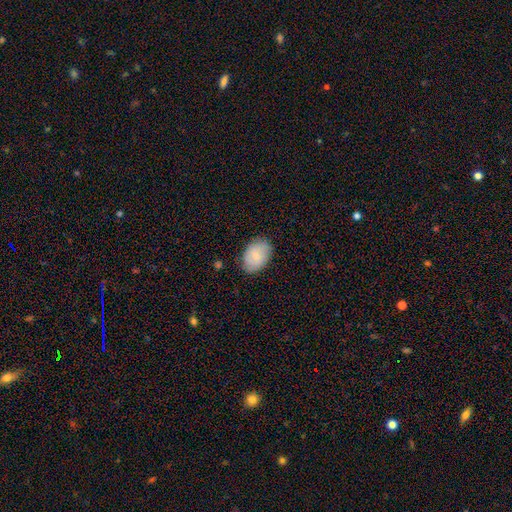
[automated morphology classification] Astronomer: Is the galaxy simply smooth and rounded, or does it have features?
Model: smooth — 79%.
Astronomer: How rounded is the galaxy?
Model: in between — 86%.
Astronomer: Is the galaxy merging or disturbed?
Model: none — 82%.